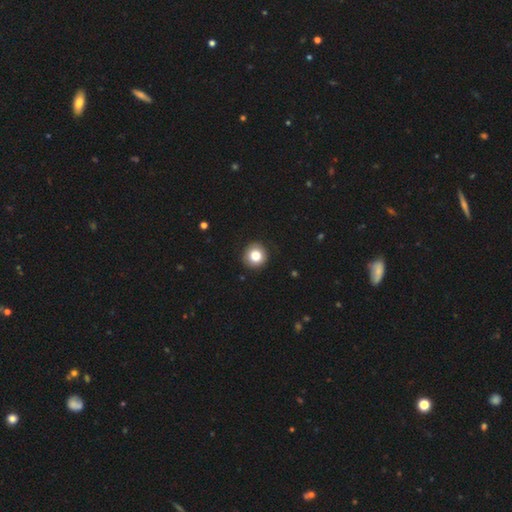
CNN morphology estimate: Smooth or featured?
  - smooth: 83% *
  - star or artifact: 10%
  - featured or disk: 8%
How rounded?
  - round: 94% *
  - in between: 5%
  - cigar-shaped: 1%
Merging?
  - none: 92% *
  - minor disturbance: 5%
  - major disturbance: 2%
  - merger: 1%